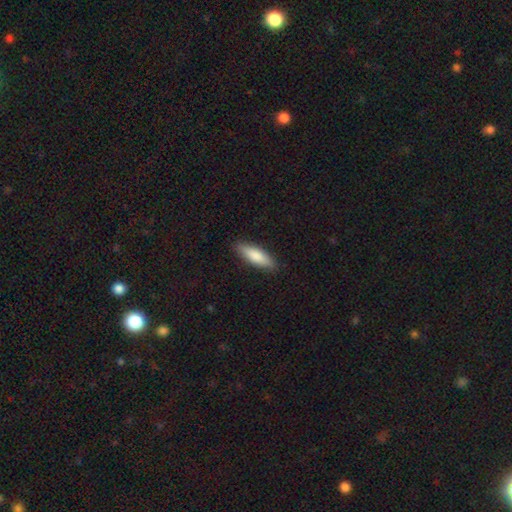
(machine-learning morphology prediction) A smooth galaxy with no disk features (80%) that is cigar-shaped (56%). Merging: none (89%).